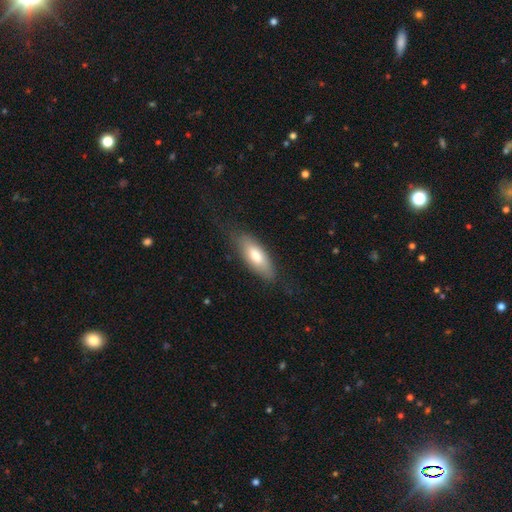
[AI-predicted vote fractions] This appears to be a smooth galaxy with no disk features (71%) that is in between round and cigar-shaped (74%). Merging: none (72%).